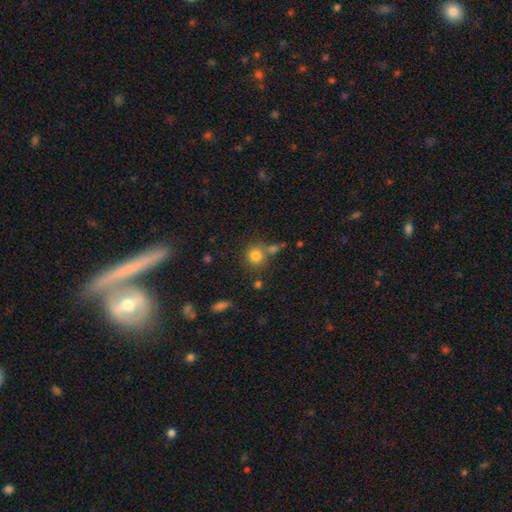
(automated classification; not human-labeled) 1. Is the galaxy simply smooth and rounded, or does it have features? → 80% smooth, 12% star or artifact, 8% featured or disk.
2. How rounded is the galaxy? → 87% round, 12% in between, 1% cigar-shaped.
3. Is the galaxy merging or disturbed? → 63% none, 22% merger, 11% minor disturbance, 5% major disturbance.